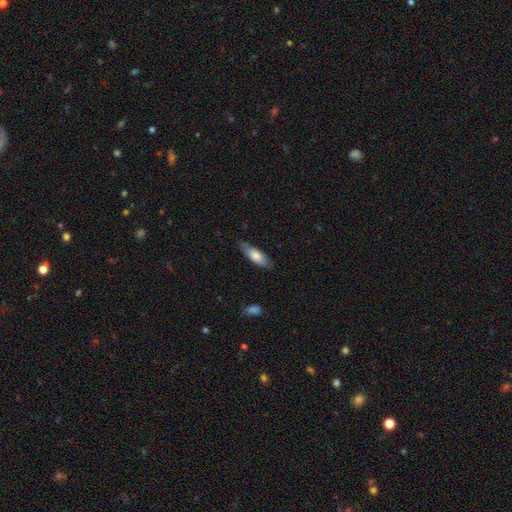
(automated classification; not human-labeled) smooth-or-featured: smooth: 71% | featured or disk: 23% | star or artifact: 6%
  how-rounded: in between: 58% | cigar-shaped: 40% | round: 2%
  merging: none: 78% | minor disturbance: 17% | major disturbance: 3% | merger: 1%